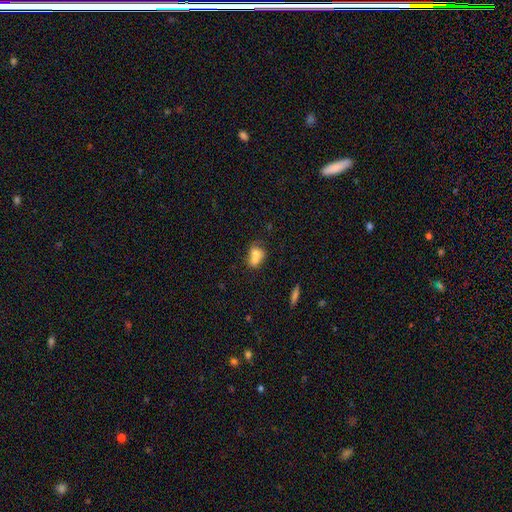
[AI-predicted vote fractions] The model was most divided on "how rounded": in between: 56%, round: 43%, cigar-shaped: 2%. More confident: smooth or featured — smooth (68%); merging — merger (63%).